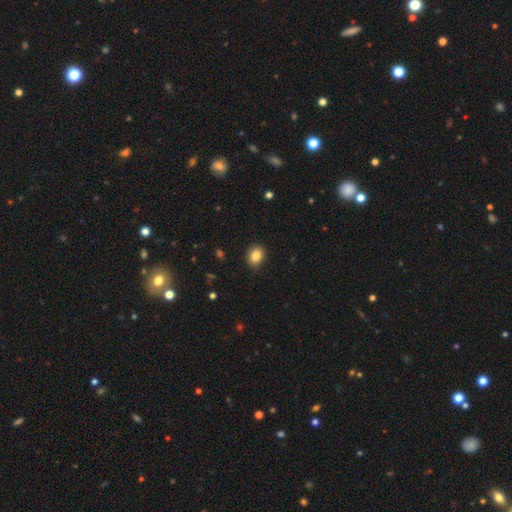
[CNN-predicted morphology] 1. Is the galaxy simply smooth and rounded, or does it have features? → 85% smooth, 9% star or artifact, 6% featured or disk.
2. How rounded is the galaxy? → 55% round, 44% in between, 1% cigar-shaped.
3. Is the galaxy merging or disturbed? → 87% none, 10% minor disturbance, 2% major disturbance, 1% merger.